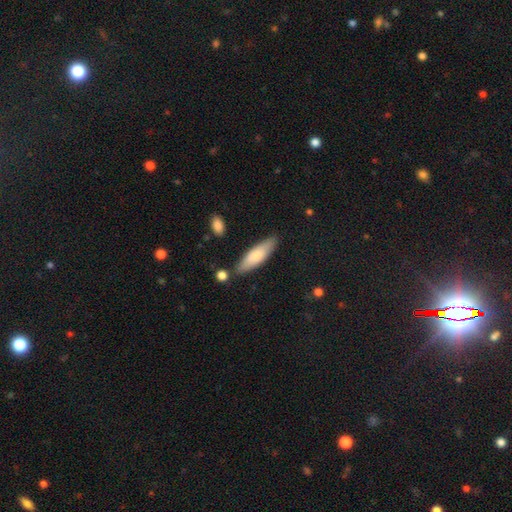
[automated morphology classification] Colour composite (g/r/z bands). It shows a smooth galaxy with no disk features (78%) that is cigar-shaped (57%). Merging: none (79%).